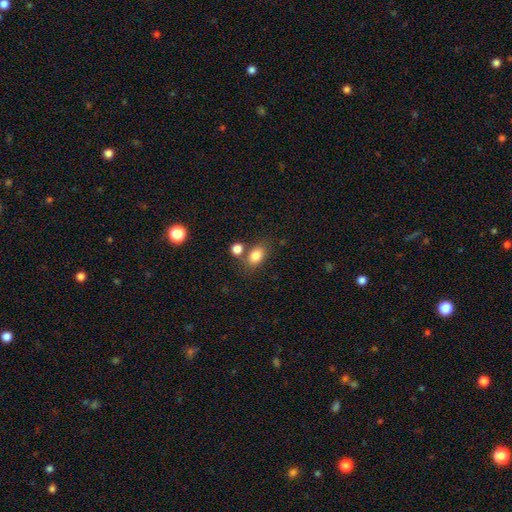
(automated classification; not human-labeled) Smooth or featured?
  - smooth: 82% *
  - star or artifact: 10%
  - featured or disk: 8%
How rounded?
  - in between: 74% *
  - round: 24%
  - cigar-shaped: 2%
Merging?
  - none: 61% *
  - merger: 21%
  - minor disturbance: 13%
  - major disturbance: 5%